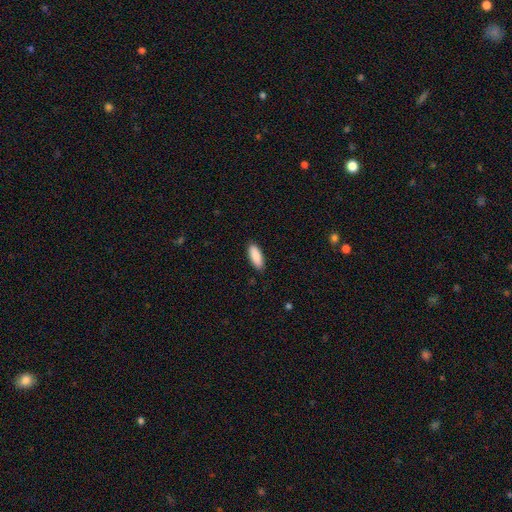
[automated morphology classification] smooth-or-featured: smooth: 89% | star or artifact: 6% | featured or disk: 5%
  how-rounded: in between: 74% | cigar-shaped: 25% | round: 2%
  merging: none: 88% | minor disturbance: 9% | major disturbance: 2% | merger: 1%